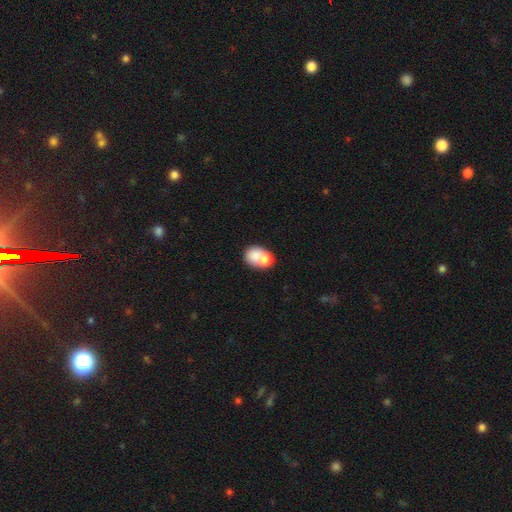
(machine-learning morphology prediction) This appears to be a smooth galaxy with no disk features (73%) that is in between round and cigar-shaped (63%). Merging: merger (50%).